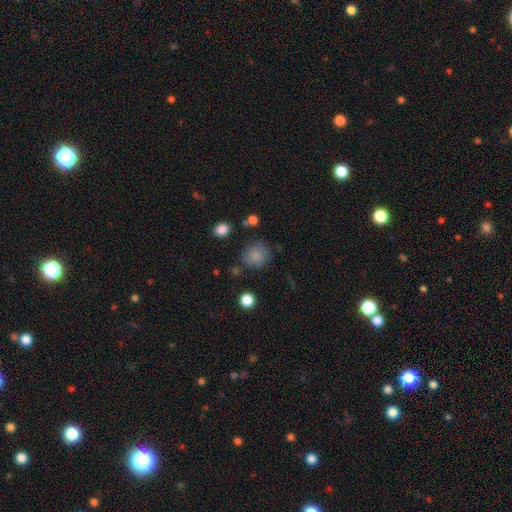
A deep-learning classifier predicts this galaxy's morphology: Smooth or featured? smooth (83%)
How rounded? round (82%)
Merging? none (74%)